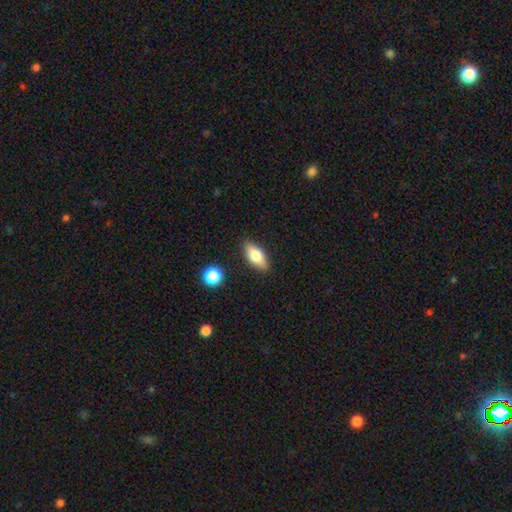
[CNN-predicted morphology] The model was most divided on "smooth or featured": smooth: 73%, featured or disk: 20%, star or artifact: 7%. More confident: merging — none (86%); how rounded — in between (81%).